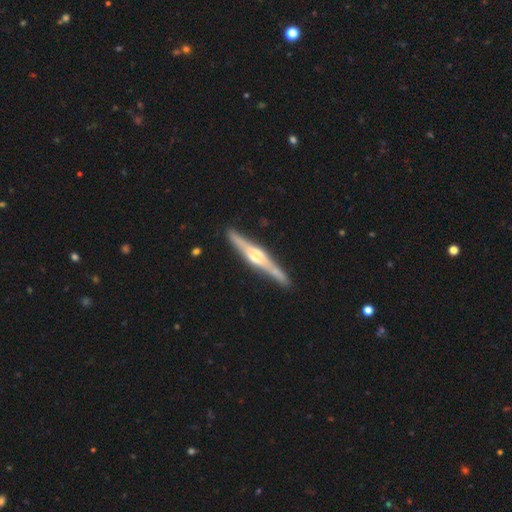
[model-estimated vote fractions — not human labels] smooth-or-featured: featured or disk: 82% | smooth: 13% | star or artifact: 5%
  disk-edge-on: yes: 98% | no: 2%
    edge-on-bulge: rounded: 85% | boxy: 12% | none: 3%
  merging: none: 89% | minor disturbance: 8% | major disturbance: 2% | merger: 1%